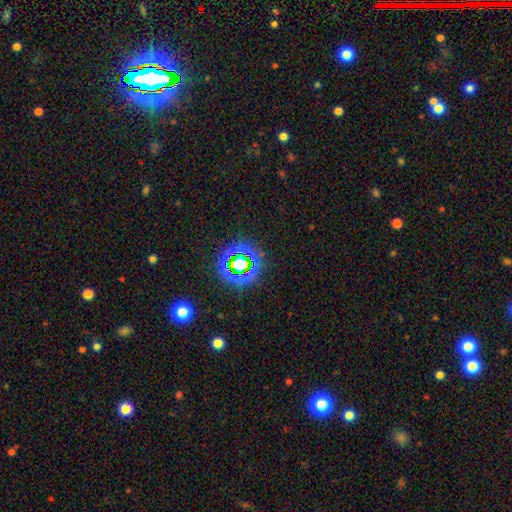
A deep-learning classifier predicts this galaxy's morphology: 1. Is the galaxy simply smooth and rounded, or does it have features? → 75% star or artifact, 15% smooth, 9% featured or disk.